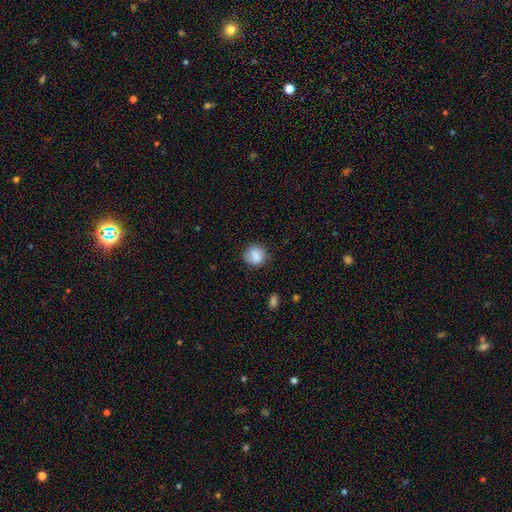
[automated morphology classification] type=smooth (79%); roundness=round (80%); merging=none (76%).